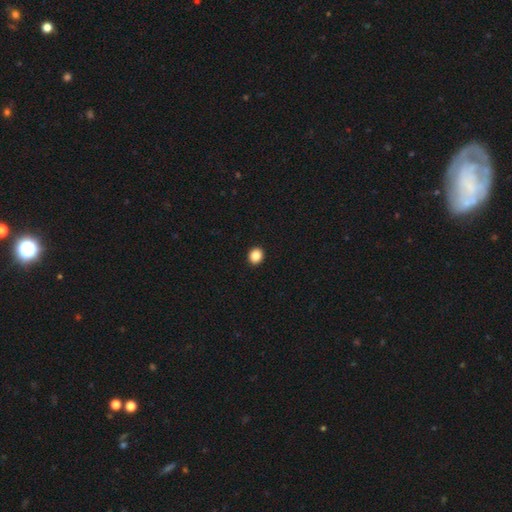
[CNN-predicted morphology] The model was most divided on "how rounded": round: 75%, in between: 25%, cigar-shaped: 1%. More confident: merging — none (93%); smooth or featured — smooth (87%).